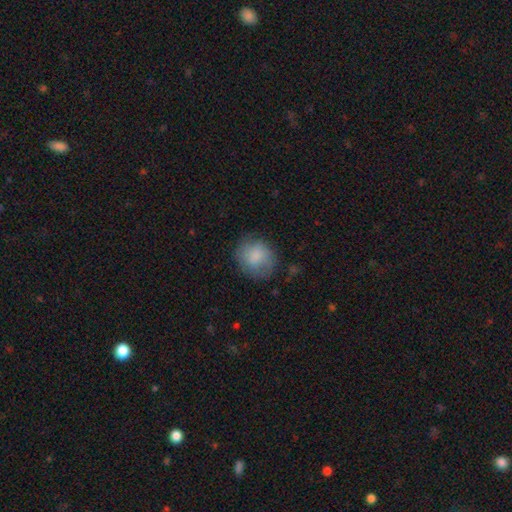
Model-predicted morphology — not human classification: Smooth or featured? Predicted: smooth (p=0.82). How rounded? Predicted: round (p=0.77). Merging? Predicted: none (p=0.73).